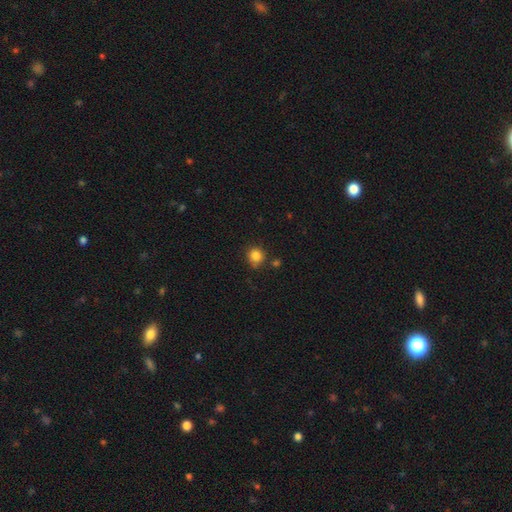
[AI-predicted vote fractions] Smooth or featured?
  - smooth: 85% *
  - star or artifact: 11%
  - featured or disk: 5%
How rounded?
  - round: 84% *
  - in between: 15%
  - cigar-shaped: 1%
Merging?
  - none: 78% *
  - minor disturbance: 14%
  - merger: 5%
  - major disturbance: 3%